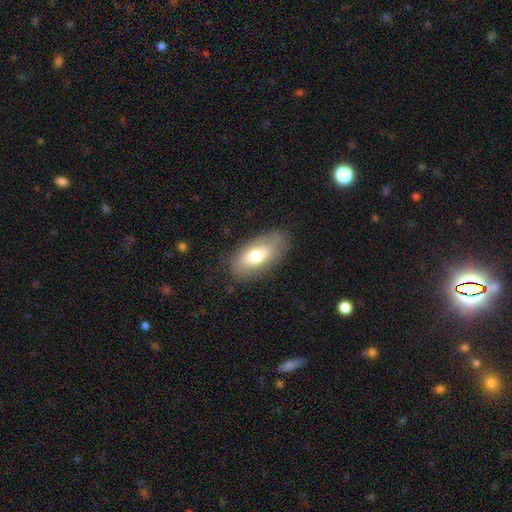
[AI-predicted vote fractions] Smooth or featured? smooth (66%)
How rounded? in between (90%)
Merging? none (75%)